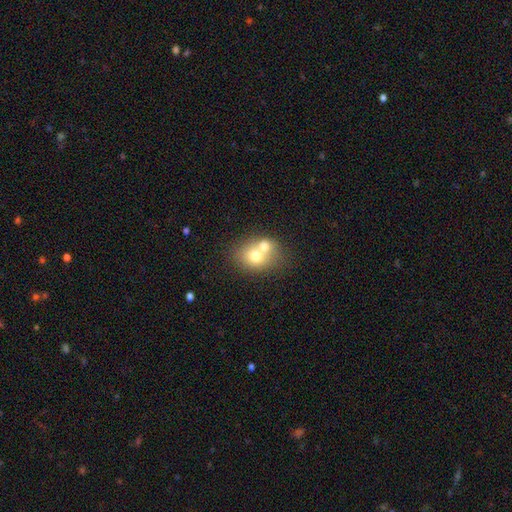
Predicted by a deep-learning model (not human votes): Smooth or featured? smooth (66%)
How rounded? round (57%)
Merging? merger (63%)